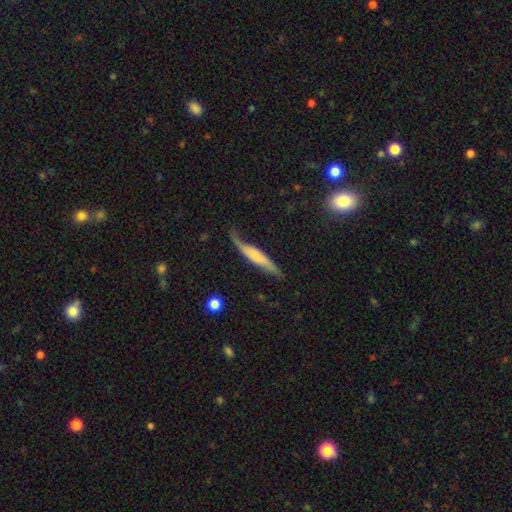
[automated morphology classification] A featured or disk galaxy (54%) viewed edge-on (57%).

Vote fractions:
- Smooth or featured? featured or disk: 54% / smooth: 40% / star or artifact: 6%
- Edge-on disk? yes: 57% / no: 43%
- Merging? none: 54% / minor disturbance: 30% / major disturbance: 13% / merger: 3%